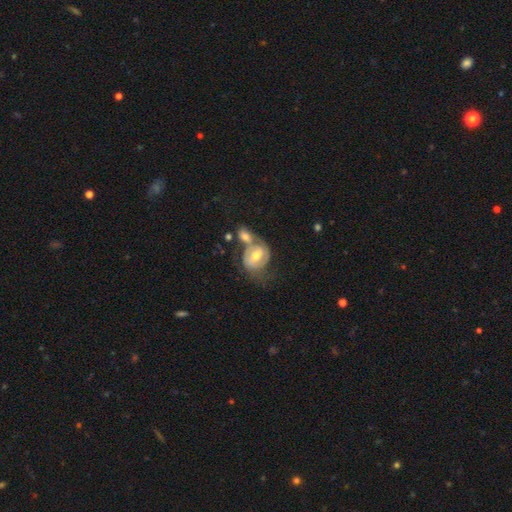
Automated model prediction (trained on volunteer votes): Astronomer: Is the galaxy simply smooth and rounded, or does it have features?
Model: featured or disk — 60%.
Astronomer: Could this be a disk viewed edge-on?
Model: no — 95%.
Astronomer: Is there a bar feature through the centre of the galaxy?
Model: no — 46% (runner-up: weak, 36%).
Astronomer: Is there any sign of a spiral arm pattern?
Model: yes — 61% (runner-up: no, 39%).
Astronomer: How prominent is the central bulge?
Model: moderate — 70%.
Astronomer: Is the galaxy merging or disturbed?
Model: merger — 43% (runner-up: none, 30%).